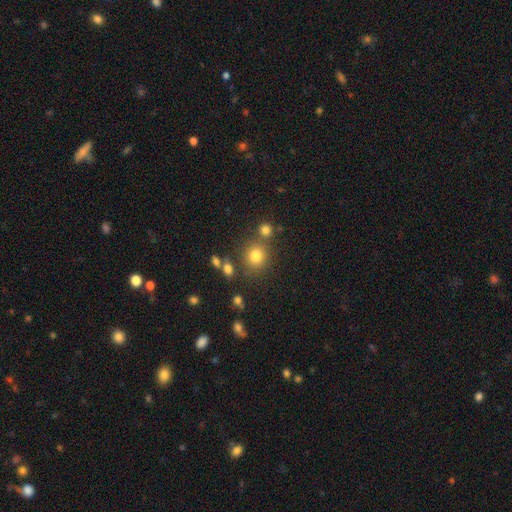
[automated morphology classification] Smooth or featured? Predicted: smooth (p=0.79). How rounded? Predicted: round (p=0.82). Merging? Predicted: none (p=0.71).